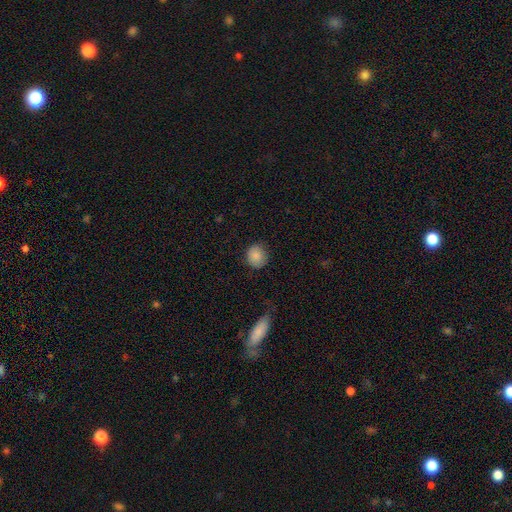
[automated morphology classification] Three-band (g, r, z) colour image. It shows a smooth galaxy with no disk features (87%) that is round (79%). Merging: none (81%).